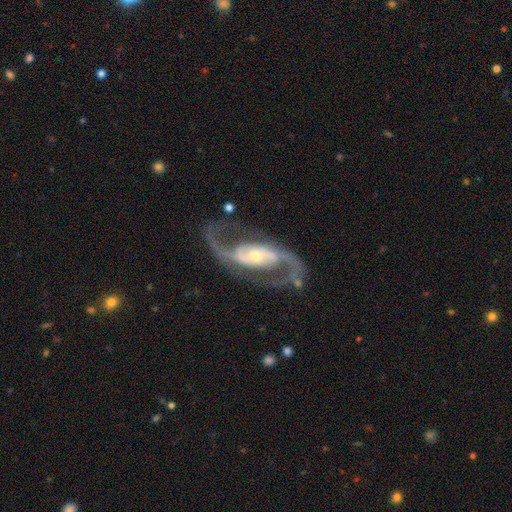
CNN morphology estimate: Q: Smooth or featured?
A: featured or disk (93%); runner-up: star or artifact (4%)
Q: Edge-on disk?
A: no (97%); runner-up: yes (3%)
Q: Bar?
A: no (38%); runner-up: weak (33%)
Q: Spiral arms?
A: yes (97%); runner-up: no (3%)
Q: Spiral winding?
A: medium (51%); runner-up: loose (38%)
Q: Spiral arm count?
A: 2 (94%); runner-up: can't tell (2%)
Q: Bulge size?
A: small (57%); runner-up: moderate (36%)
Q: Merging?
A: none (77%); runner-up: minor disturbance (12%)